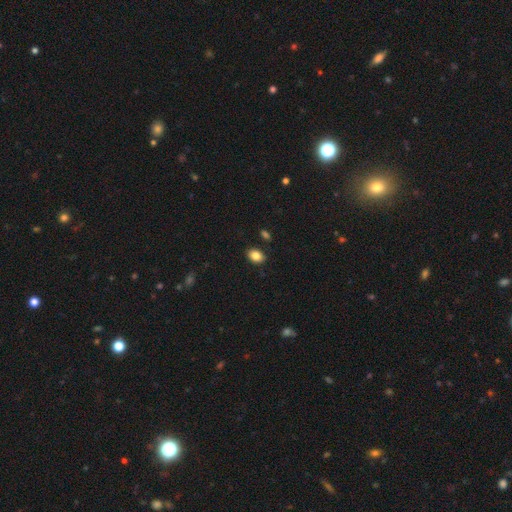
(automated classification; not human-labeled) This appears to be a smooth galaxy with no disk features (86%) that is in between round and cigar-shaped (76%). Merging: none (86%).